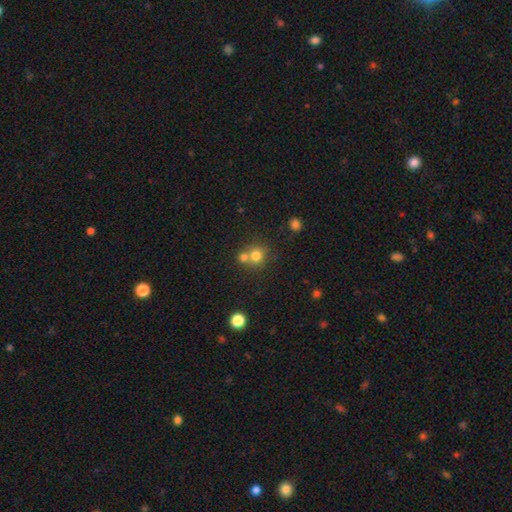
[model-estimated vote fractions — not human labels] Smooth or featured? smooth (75%)
How rounded? round (88%)
Merging? none (48%)